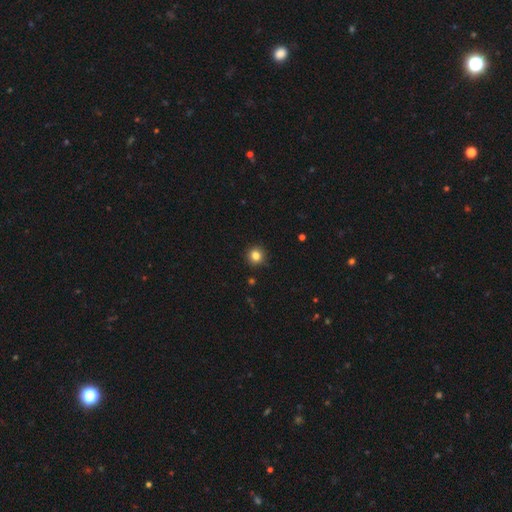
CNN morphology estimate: Overall: smooth (83%). How rounded: round (93%). Merging: none (91%).